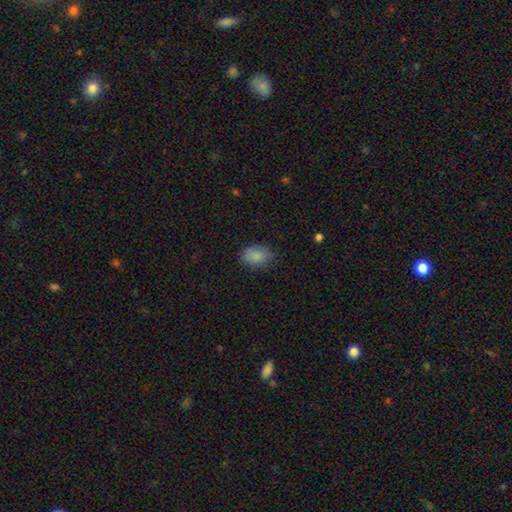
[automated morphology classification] This is clearly a smooth galaxy (87%). How rounded: likely in between (80%). Merging: likely none (78%).